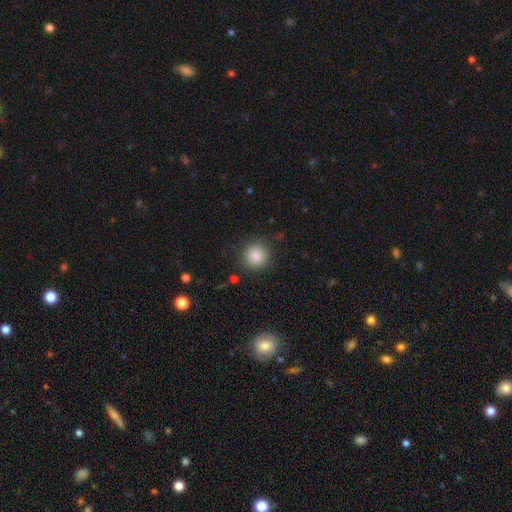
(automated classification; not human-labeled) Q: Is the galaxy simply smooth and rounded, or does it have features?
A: smooth — 86%.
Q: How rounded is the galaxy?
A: round — 92%.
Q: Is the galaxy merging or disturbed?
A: none — 87%.